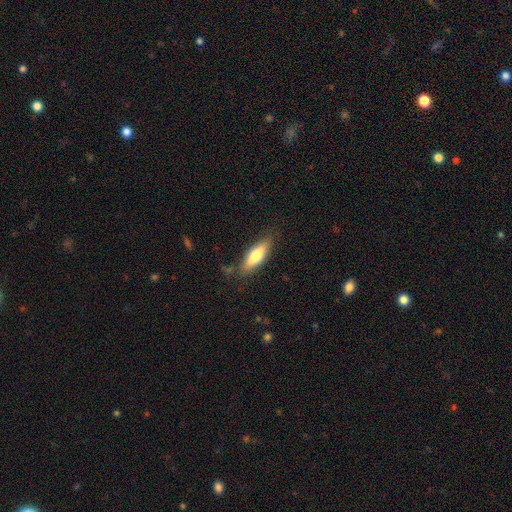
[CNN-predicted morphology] smooth_or_featured: smooth (p=0.68) [alt: featured or disk p=0.26]
how_rounded: in between (p=0.52) [alt: cigar-shaped p=0.46]
merging: none (p=0.80) [alt: minor disturbance p=0.15]